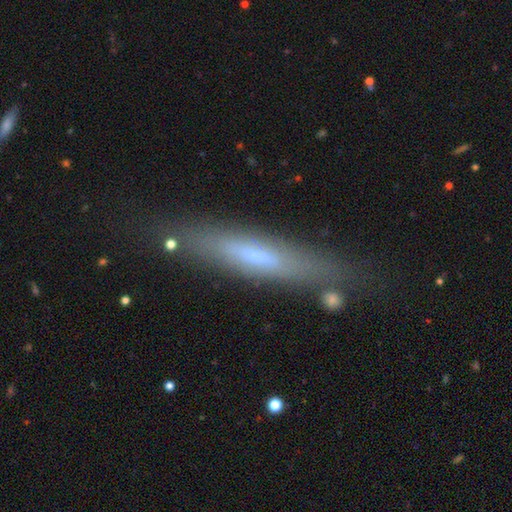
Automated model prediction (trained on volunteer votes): Smooth or featured? featured or disk (46%)
Merging? none (78%)